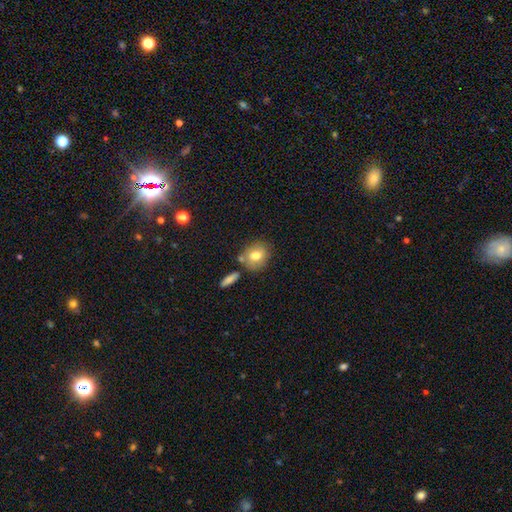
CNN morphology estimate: Smooth or featured: smooth — 77% (featured or disk — 15%)
How rounded: round — 59% (in between — 39%)
Merging: none — 68% (merger — 15%)